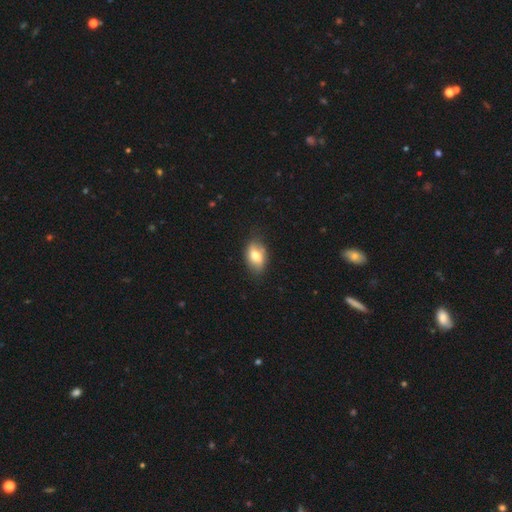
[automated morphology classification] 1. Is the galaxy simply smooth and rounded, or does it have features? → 71% smooth, 21% featured or disk, 7% star or artifact.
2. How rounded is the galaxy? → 88% in between, 10% round, 3% cigar-shaped.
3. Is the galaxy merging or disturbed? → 76% none, 19% minor disturbance, 3% major disturbance, 2% merger.